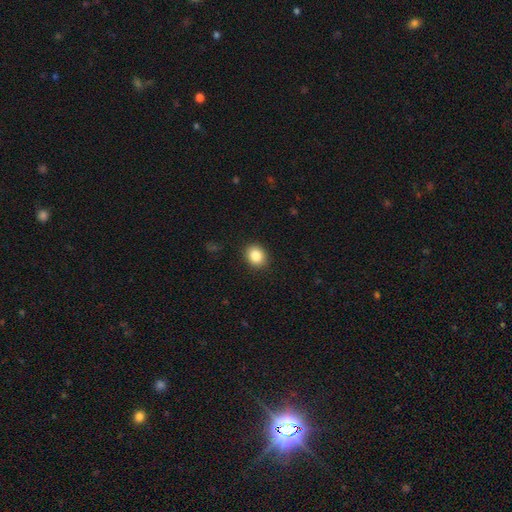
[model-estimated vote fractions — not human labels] Smooth or featured? smooth (86%)
How rounded? round (61%)
Merging? none (90%)